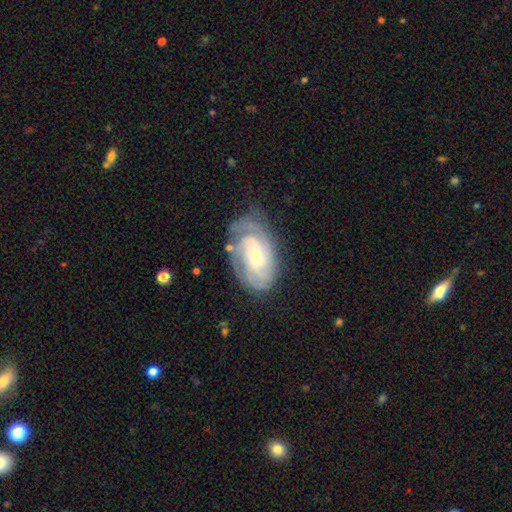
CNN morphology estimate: Q: Smooth or featured?
A: featured or disk (84%); runner-up: smooth (11%)
Q: Edge-on disk?
A: no (97%); runner-up: yes (3%)
Q: Bar?
A: no (67%); runner-up: weak (26%)
Q: Spiral arms?
A: yes (95%); runner-up: no (5%)
Q: Spiral winding?
A: tight (65%); runner-up: medium (28%)
Q: Spiral arm count?
A: 2 (33%); runner-up: can't tell (28%)
Q: Bulge size?
A: small (69%); runner-up: moderate (27%)
Q: Merging?
A: none (64%); runner-up: minor disturbance (23%)